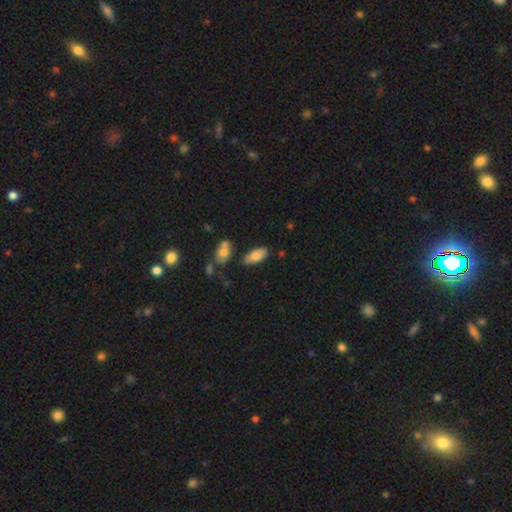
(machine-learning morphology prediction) smooth_or_featured: smooth (p=0.76) [alt: featured or disk p=0.17]
how_rounded: in between (p=0.90) [alt: cigar-shaped p=0.08]
merging: none (p=0.74) [alt: minor disturbance p=0.16]